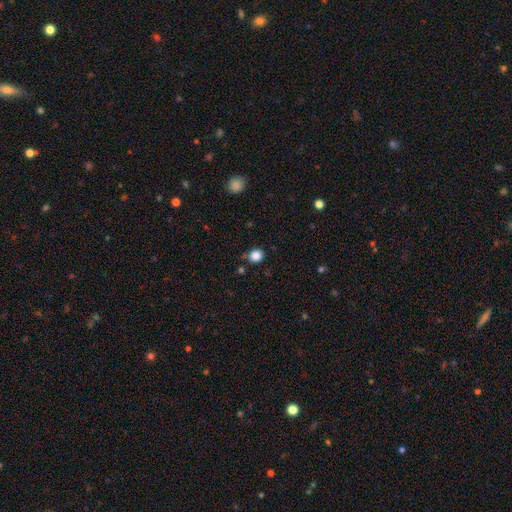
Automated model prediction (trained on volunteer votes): The model was most divided on "how rounded": round: 79%, in between: 20%, cigar-shaped: 1%. More confident: smooth or featured — smooth (85%); merging — none (77%).